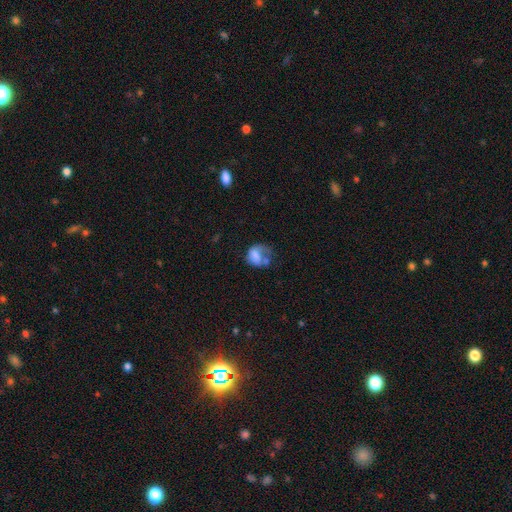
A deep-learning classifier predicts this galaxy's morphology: type=smooth (62%); roundness=in between (52%); merging=major disturbance (38%).